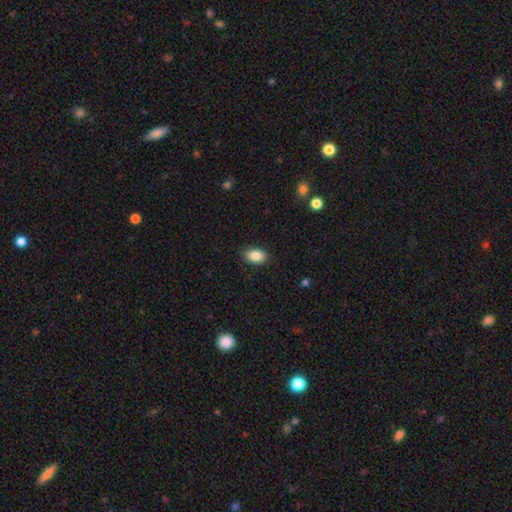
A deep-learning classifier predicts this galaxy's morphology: Smooth or featured?
  - smooth: 87% *
  - star or artifact: 8%
  - featured or disk: 5%
How rounded?
  - in between: 89% *
  - round: 10%
  - cigar-shaped: 1%
Merging?
  - none: 88% *
  - minor disturbance: 8%
  - major disturbance: 2%
  - merger: 1%